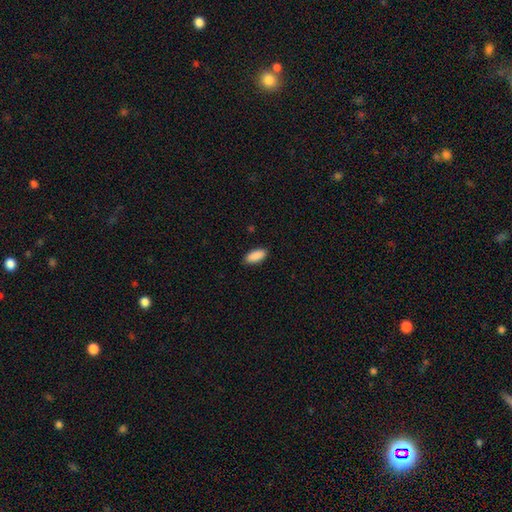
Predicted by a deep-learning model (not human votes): A smooth galaxy with no disk features (91%) that is in between round and cigar-shaped (87%).

Vote fractions:
- Smooth or featured? smooth: 91% / star or artifact: 6% / featured or disk: 3%
- How rounded? in between: 87% / cigar-shaped: 11% / round: 2%
- Merging? none: 88% / minor disturbance: 9% / major disturbance: 2% / merger: 1%